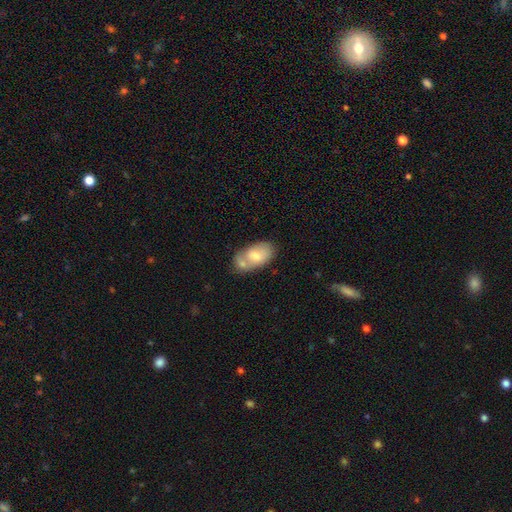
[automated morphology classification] Smooth or featured: smooth — 69% (featured or disk — 25%)
How rounded: in between — 92% (round — 6%)
Merging: merger — 46% (none — 33%)